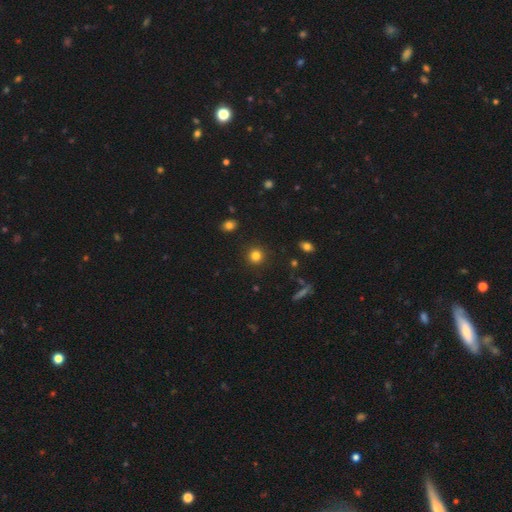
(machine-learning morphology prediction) The model was most divided on "smooth or featured": smooth: 82%, star or artifact: 12%, featured or disk: 6%. More confident: how rounded — round (93%); merging — none (91%).